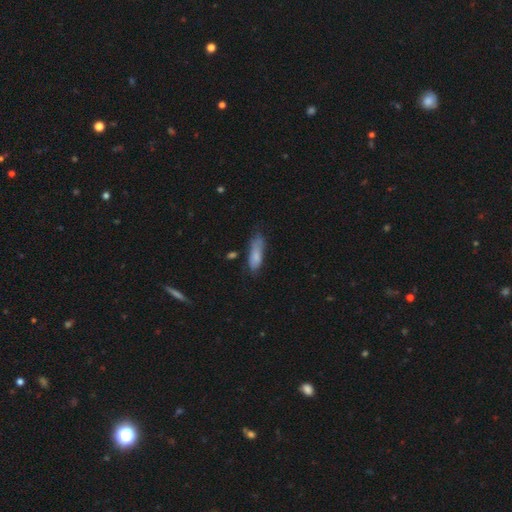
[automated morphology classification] smooth-or-featured: smooth: 78% | featured or disk: 15% | star or artifact: 7%
  how-rounded: in between: 60% | cigar-shaped: 38% | round: 2%
  merging: none: 48% | minor disturbance: 35% | major disturbance: 13% | merger: 4%